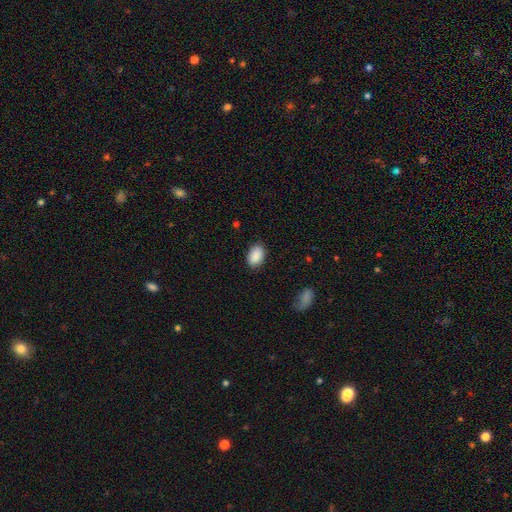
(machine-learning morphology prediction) This is clearly a smooth galaxy (90%). How rounded: clearly in between (87%). Merging: clearly none (83%).